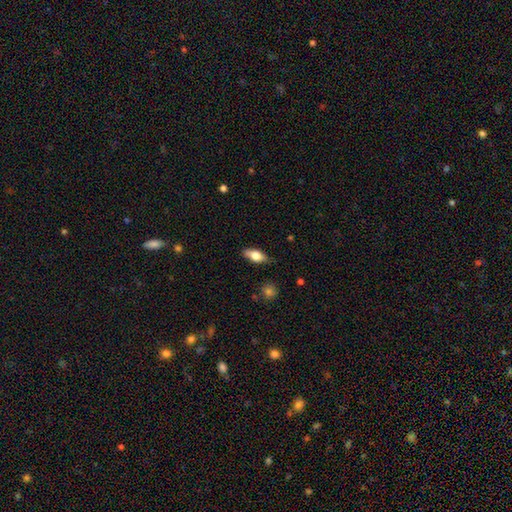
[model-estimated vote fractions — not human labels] Smooth or featured? smooth (68%)
How rounded? in between (80%)
Merging? none (77%)